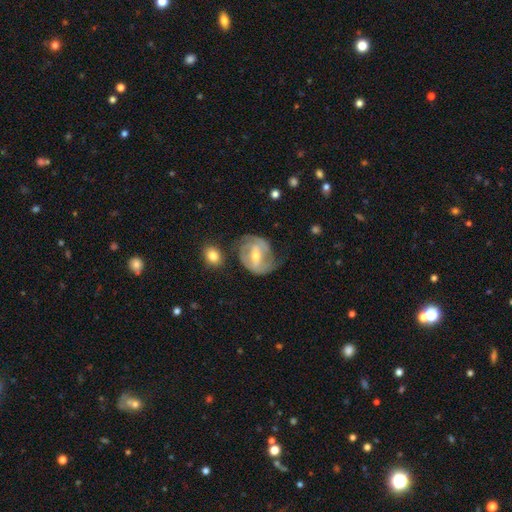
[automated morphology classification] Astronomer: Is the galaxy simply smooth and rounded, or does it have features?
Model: featured or disk — 76%.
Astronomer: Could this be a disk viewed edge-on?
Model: no — 96%.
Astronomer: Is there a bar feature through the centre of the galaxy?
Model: strong — 44% (runner-up: weak, 40%).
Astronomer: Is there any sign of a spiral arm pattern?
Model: yes — 82%.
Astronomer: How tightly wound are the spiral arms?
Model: medium — 42% (runner-up: tight, 38%).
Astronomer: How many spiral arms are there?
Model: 2 — 68%.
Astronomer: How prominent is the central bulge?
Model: moderate — 59% (runner-up: small, 36%).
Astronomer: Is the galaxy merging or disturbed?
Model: none — 55%.